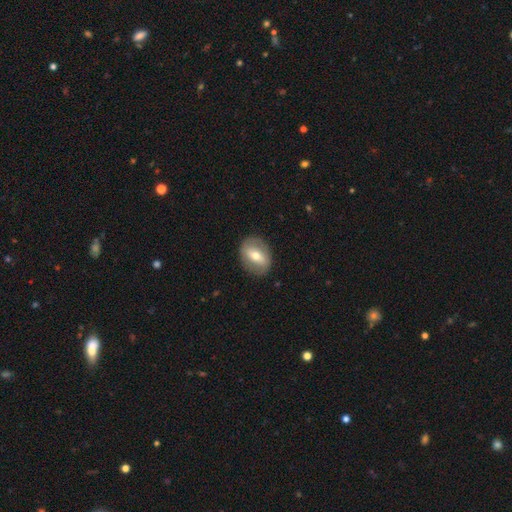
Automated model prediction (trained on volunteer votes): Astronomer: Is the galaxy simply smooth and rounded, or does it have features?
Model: smooth — 48% (runner-up: featured or disk, 45%).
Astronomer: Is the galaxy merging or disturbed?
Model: none — 84%.